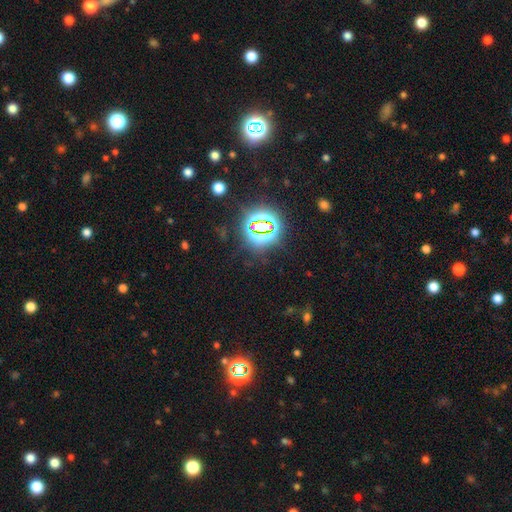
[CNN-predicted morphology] star or artifact 81%, smooth 13%, featured or disk 6%.